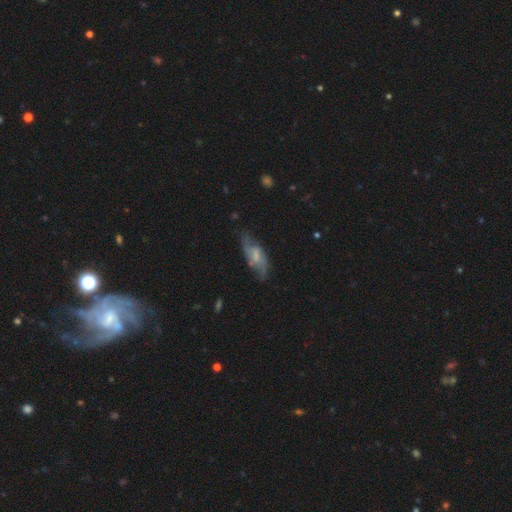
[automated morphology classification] Smooth or featured: featured or disk — 65% (smooth — 28%)
Edge-on disk: no — 86% (yes — 14%)
Bar: weak — 50% (no — 37%)
Spiral arms: yes — 84% (no — 16%)
Bulge size: small — 42% (moderate — 33%)
Merging: none — 63% (minor disturbance — 24%)